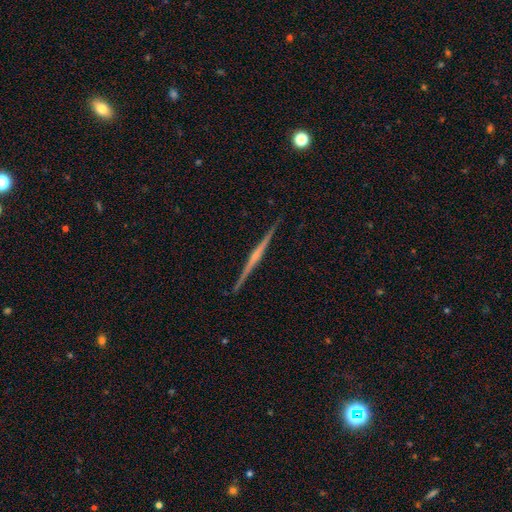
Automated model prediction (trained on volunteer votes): This appears to be a featured or disk galaxy (82%) viewed edge-on (99%) with a rounded central bulge (59%). Merging: none (92%).